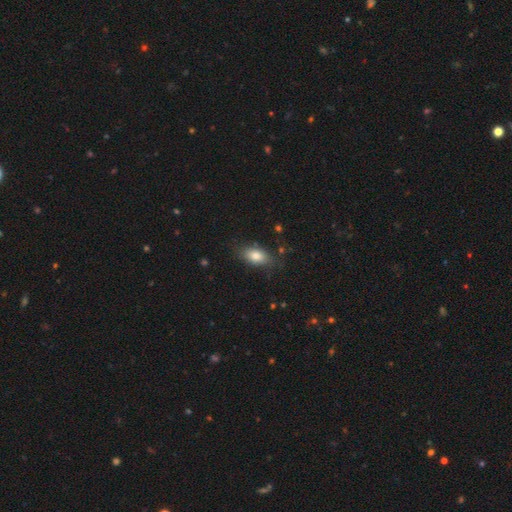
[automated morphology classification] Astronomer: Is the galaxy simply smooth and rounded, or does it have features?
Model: smooth — 81%.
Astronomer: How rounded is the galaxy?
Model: in between — 87%.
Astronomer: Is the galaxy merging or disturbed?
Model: none — 78%.